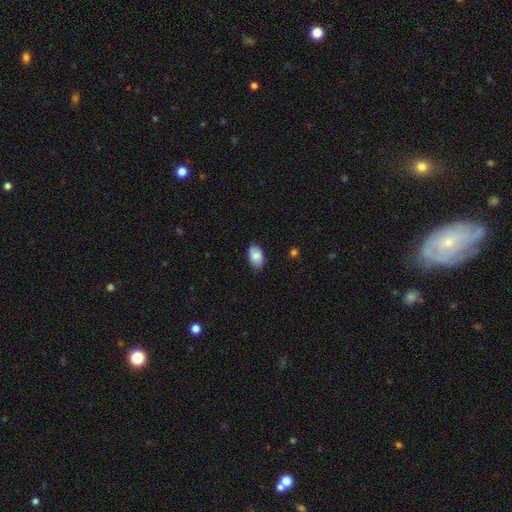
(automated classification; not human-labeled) A smooth galaxy with no disk features (83%) that is in between round and cigar-shaped (92%).

Vote fractions:
- Smooth or featured? smooth: 83% / featured or disk: 10% / star or artifact: 7%
- How rounded? in between: 92% / round: 6% / cigar-shaped: 1%
- Merging? none: 79% / minor disturbance: 17% / major disturbance: 3% / merger: 1%